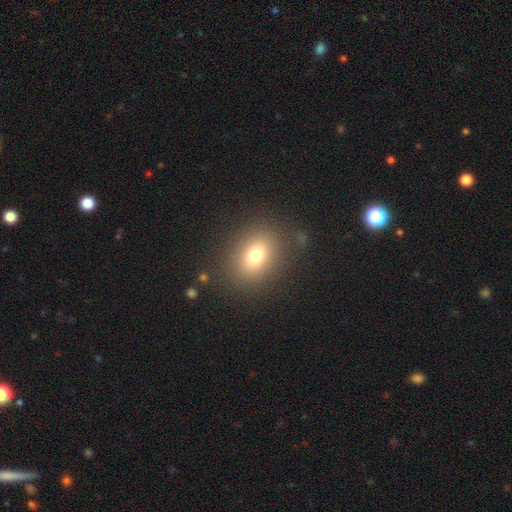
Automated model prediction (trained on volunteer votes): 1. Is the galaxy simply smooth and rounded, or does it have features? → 76% smooth, 13% star or artifact, 11% featured or disk.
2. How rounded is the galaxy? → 60% in between, 39% round, 1% cigar-shaped.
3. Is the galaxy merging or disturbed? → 83% none, 10% minor disturbance, 5% major disturbance, 2% merger.